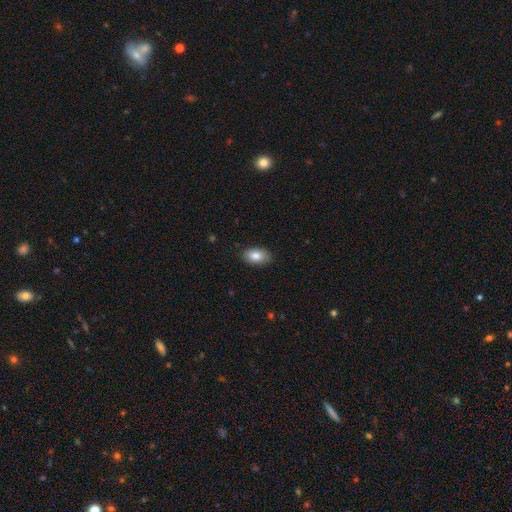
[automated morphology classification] smooth-or-featured: smooth: 83% | featured or disk: 10% | star or artifact: 7%
  how-rounded: in between: 91% | round: 8% | cigar-shaped: 1%
  merging: none: 86% | minor disturbance: 11% | major disturbance: 2% | merger: 1%